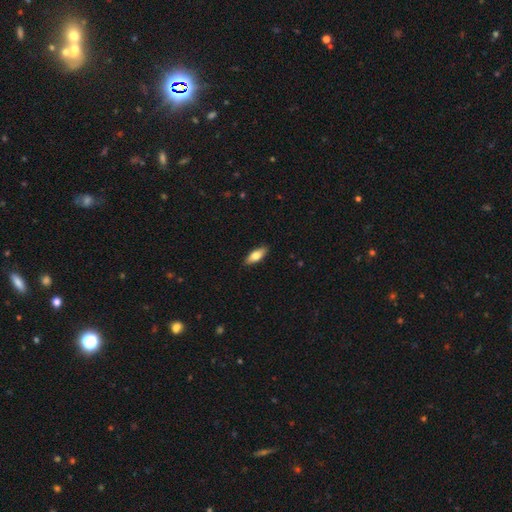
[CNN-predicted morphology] smooth 71%, featured or disk 23%, star or artifact 6%. Down the decision tree: how rounded — in between (69%); merging — none (89%).